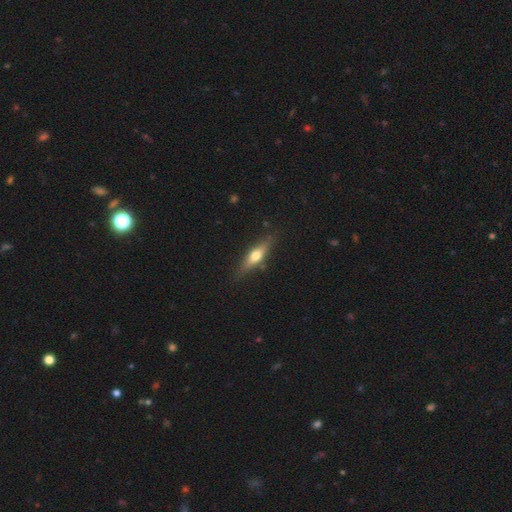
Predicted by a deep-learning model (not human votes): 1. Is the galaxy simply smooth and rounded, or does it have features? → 47% smooth (tied), 47% featured or disk (tied), 6% star or artifact.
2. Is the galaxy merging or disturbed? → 84% none, 12% minor disturbance, 3% major disturbance, 2% merger.